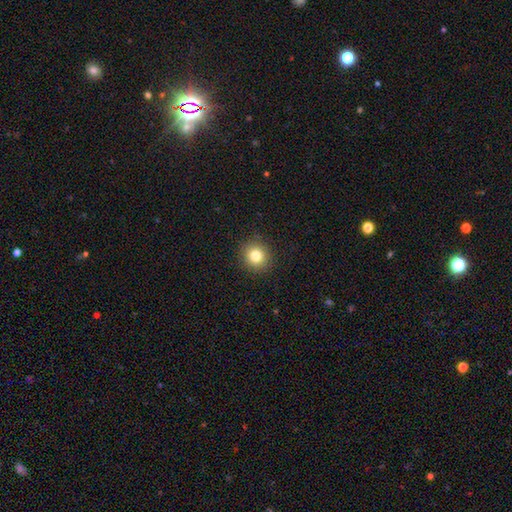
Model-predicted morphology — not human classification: Smooth or featured?
  - smooth: 81% *
  - star or artifact: 12%
  - featured or disk: 7%
How rounded?
  - round: 89% *
  - in between: 10%
  - cigar-shaped: 1%
Merging?
  - none: 91% *
  - minor disturbance: 6%
  - major disturbance: 2%
  - merger: 1%